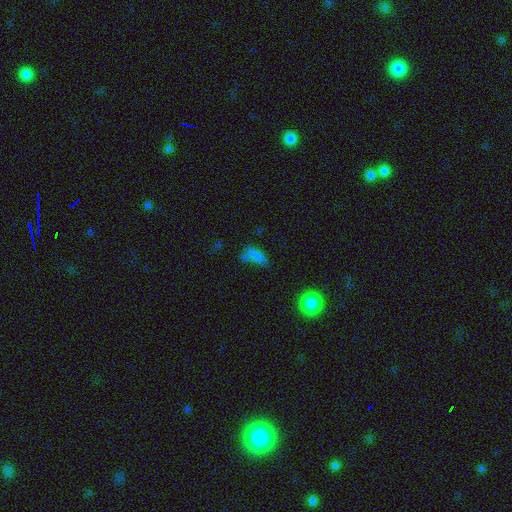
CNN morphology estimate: This is likely a smooth galaxy (73%). How rounded: likely in between (74%). Merging: marginally none (44%).